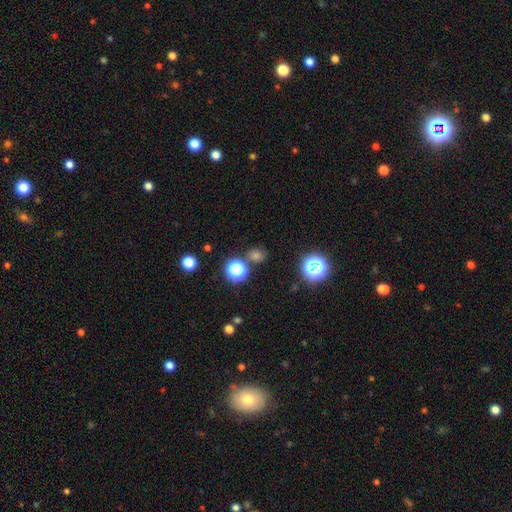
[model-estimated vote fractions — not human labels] Morphology: type=smooth (54%); roundness=round (81%); merging=none (80%).